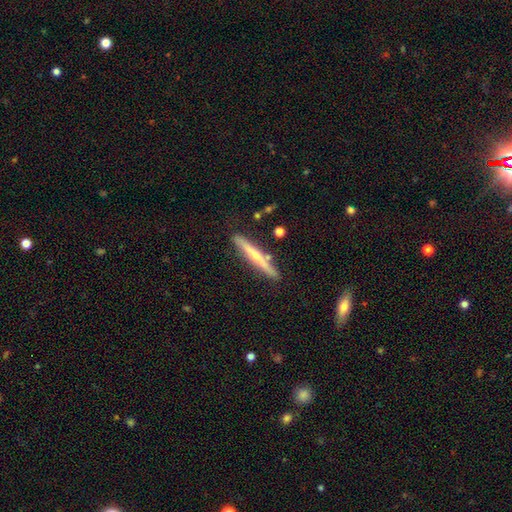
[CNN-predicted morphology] Smooth or featured? Predicted: featured or disk (p=0.57). Edge-on disk? Predicted: yes (p=0.96). Edge-on bulge? Predicted: rounded (p=0.64). Merging? Predicted: none (p=0.83).